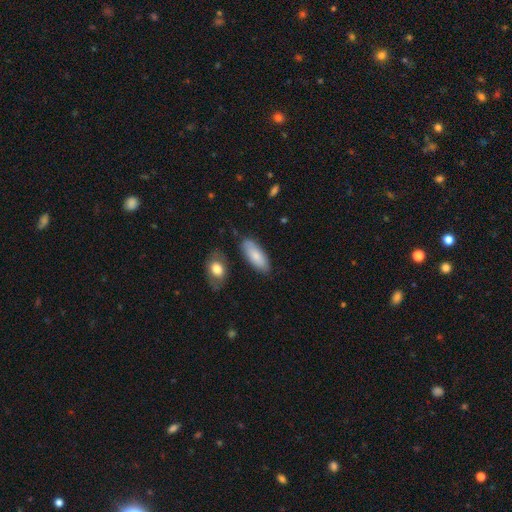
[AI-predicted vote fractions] This appears to be a smooth galaxy with no disk features (80%) that is in between round and cigar-shaped (81%). Merging: none (77%).